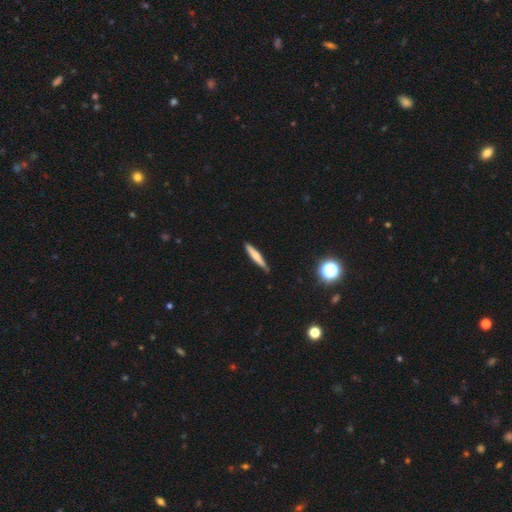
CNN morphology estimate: Smooth or featured?
  - smooth: 60% *
  - featured or disk: 33%
  - star or artifact: 7%
How rounded?
  - cigar-shaped: 91% *
  - in between: 7%
  - round: 2%
Merging?
  - none: 86% *
  - minor disturbance: 11%
  - major disturbance: 2%
  - merger: 1%